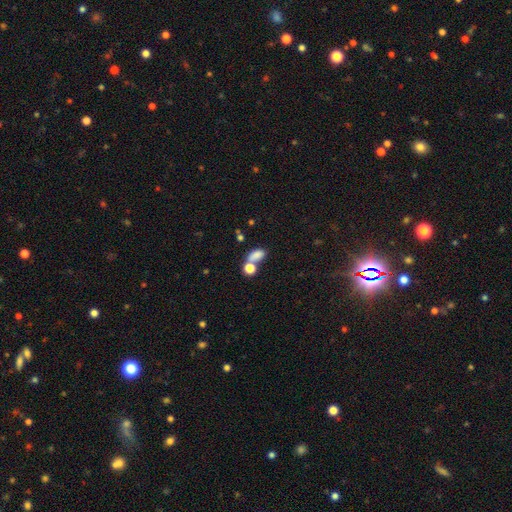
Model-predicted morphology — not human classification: A smooth galaxy with no disk features (78%) that is in between round and cigar-shaped (80%).

Vote fractions:
- Smooth or featured? smooth: 78% / star or artifact: 12% / featured or disk: 10%
- How rounded? in between: 80% / round: 16% / cigar-shaped: 4%
- Merging? merger: 43% / none: 38% / minor disturbance: 12% / major disturbance: 7%